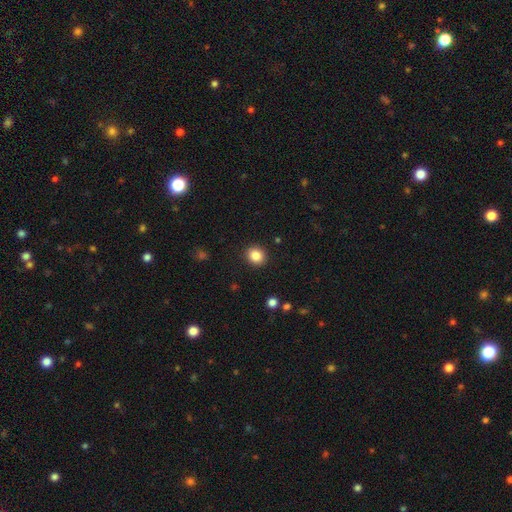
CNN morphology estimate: This is clearly a smooth galaxy (85%). How rounded: likely round (75%). Merging: clearly none (91%).